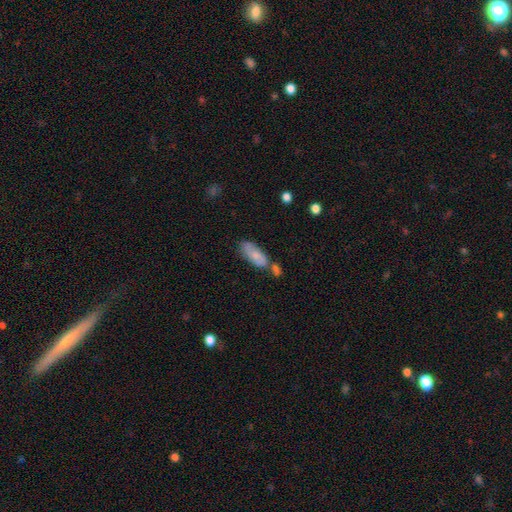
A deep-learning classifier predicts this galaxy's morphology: Q: Smooth or featured?
A: smooth (66%); runner-up: featured or disk (28%)
Q: How rounded?
A: in between (78%); runner-up: cigar-shaped (19%)
Q: Merging?
A: none (51%); runner-up: merger (24%)